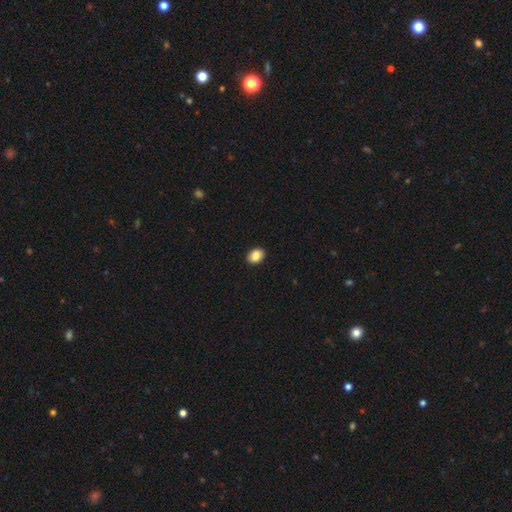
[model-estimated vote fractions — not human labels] The model was most divided on "how rounded": in between: 67%, round: 32%, cigar-shaped: 1%. More confident: merging — none (90%); smooth or featured — smooth (86%).